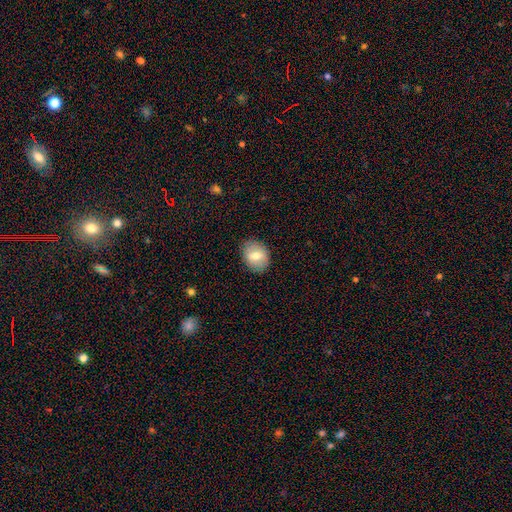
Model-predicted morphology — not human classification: A smooth galaxy with no disk features (67%) that is in between round and cigar-shaped (57%). Merging: none (85%).